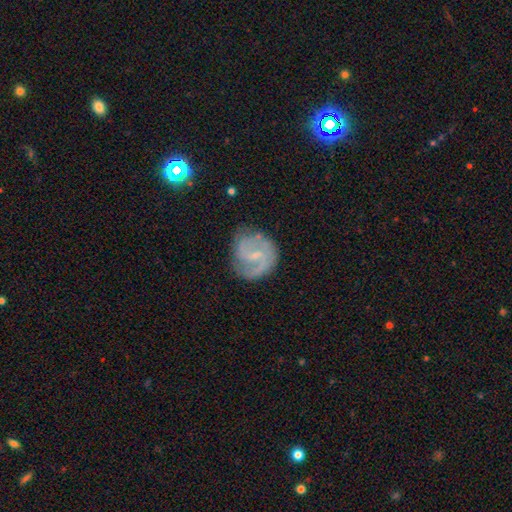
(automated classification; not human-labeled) Smooth or featured? featured or disk (81%)
Edge-on disk? no (98%)
Bar? weak (57%)
Spiral arms? yes (94%)
Spiral winding? medium (49%)
Spiral arm count? 2 (74%)
Bulge size? small (72%)
Merging? none (71%)